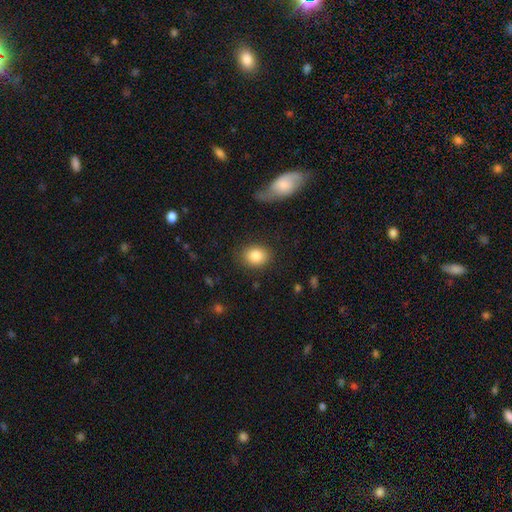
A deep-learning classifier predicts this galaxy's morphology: smooth-or-featured: smooth: 85% | star or artifact: 8% | featured or disk: 7%
  how-rounded: round: 50% | in between: 49% | cigar-shaped: 1%
  merging: none: 84% | minor disturbance: 10% | major disturbance: 3% | merger: 2%